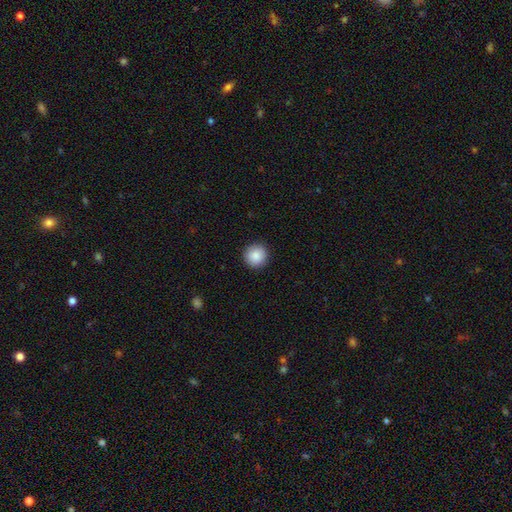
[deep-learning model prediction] Morphology: type=smooth (88%); roundness=round (95%); merging=none (92%).